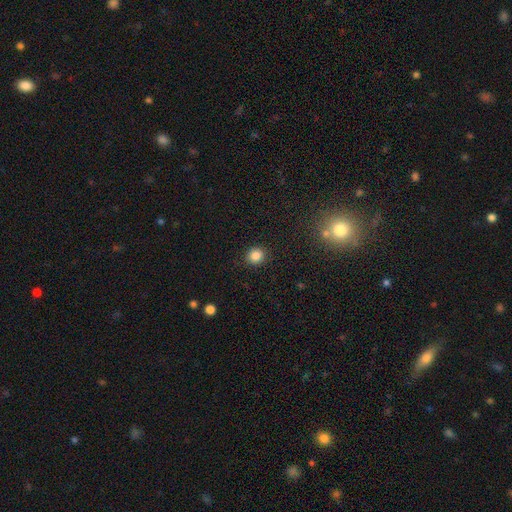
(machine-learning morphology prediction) type=smooth (85%); roundness=round (85%); merging=none (91%).